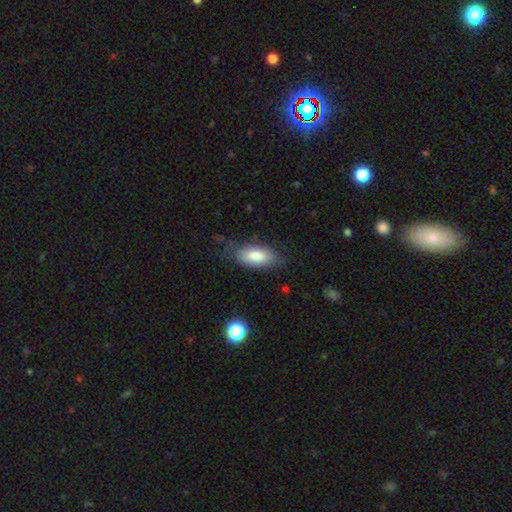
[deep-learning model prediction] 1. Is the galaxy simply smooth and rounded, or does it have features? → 80% smooth, 14% featured or disk, 7% star or artifact.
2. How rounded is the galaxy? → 89% in between, 8% cigar-shaped, 3% round.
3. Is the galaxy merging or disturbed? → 72% none, 20% minor disturbance, 6% major disturbance, 2% merger.